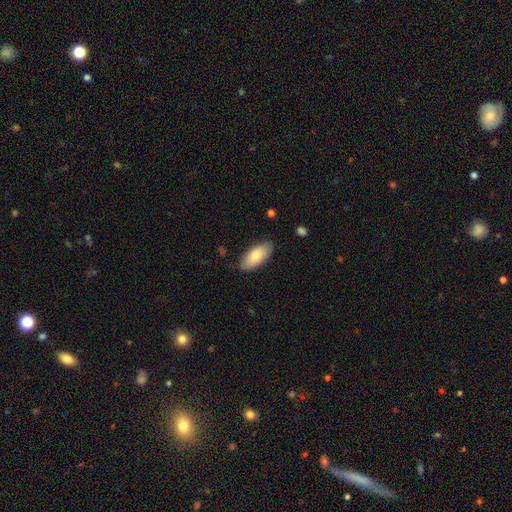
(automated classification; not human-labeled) smooth 78%, featured or disk 16%, star or artifact 6%. Down the decision tree: how rounded — in between (89%); merging — none (83%).